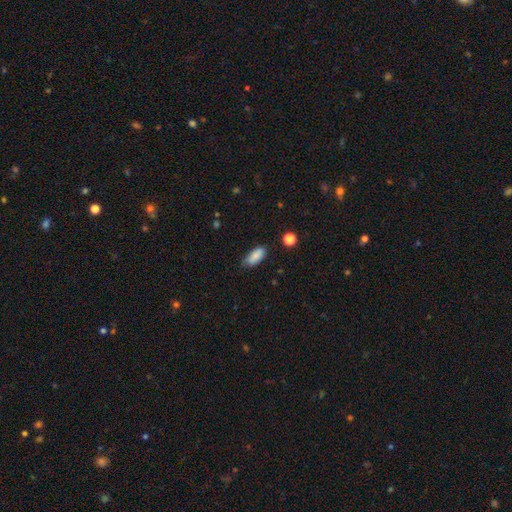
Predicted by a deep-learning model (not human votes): Overall: smooth (86%). How rounded: in between (83%). Merging: none (67%).